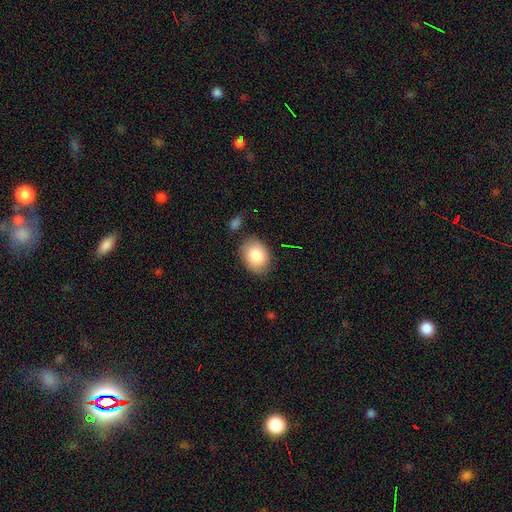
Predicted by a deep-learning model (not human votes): Morphology: type=smooth (85%); roundness=in between (69%); merging=none (80%).